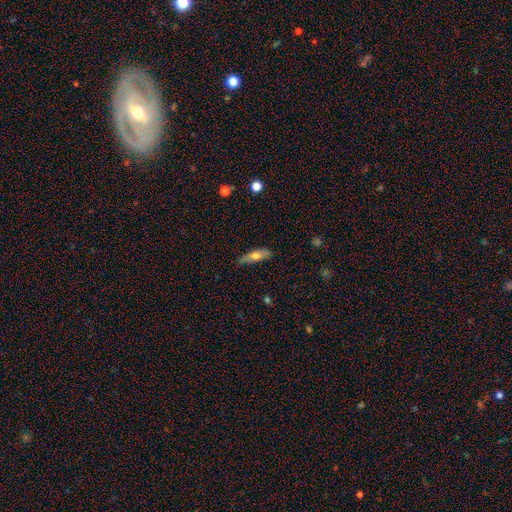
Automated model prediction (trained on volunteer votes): Smooth or featured? Predicted: smooth (p=0.61). How rounded? Predicted: cigar-shaped (p=0.51). Merging? Predicted: none (p=0.67).